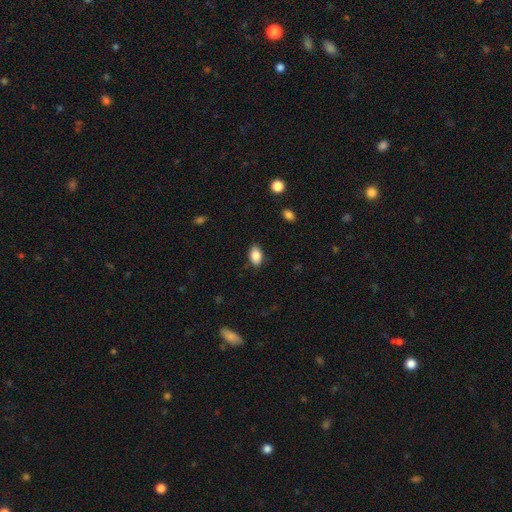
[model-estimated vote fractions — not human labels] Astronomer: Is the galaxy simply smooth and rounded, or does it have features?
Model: smooth — 87%.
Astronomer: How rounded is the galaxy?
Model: in between — 91%.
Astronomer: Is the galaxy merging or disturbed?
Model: none — 85%.